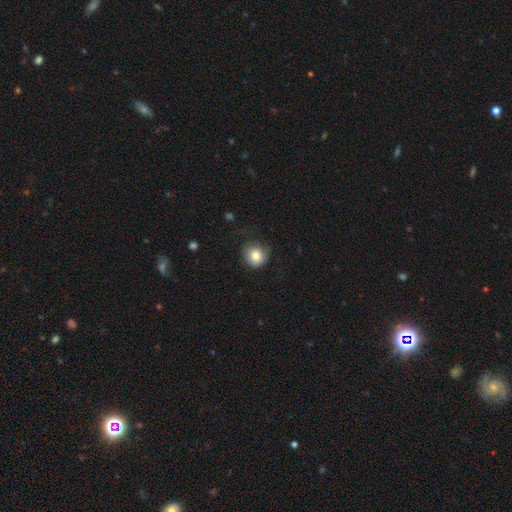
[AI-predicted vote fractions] The model was most divided on "merging": none: 70%, minor disturbance: 20%, major disturbance: 9%, merger: 1%. More confident: how rounded — round (90%); smooth or featured — smooth (81%).